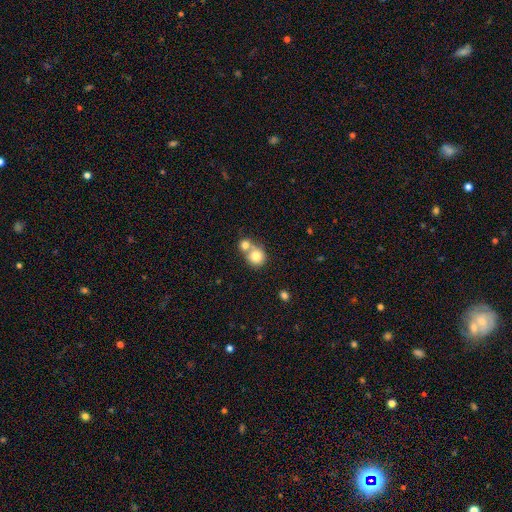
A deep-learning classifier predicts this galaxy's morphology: Smooth or featured? Predicted: smooth (p=0.79). How rounded? Predicted: round (p=0.84). Merging? Predicted: merger (p=0.55).